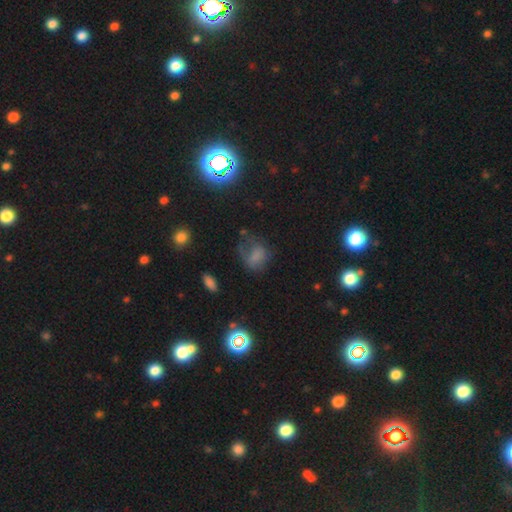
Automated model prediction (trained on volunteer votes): This is possibly a smooth galaxy (60%). How rounded: possibly in between (59%). Merging: marginally major disturbance (37%).